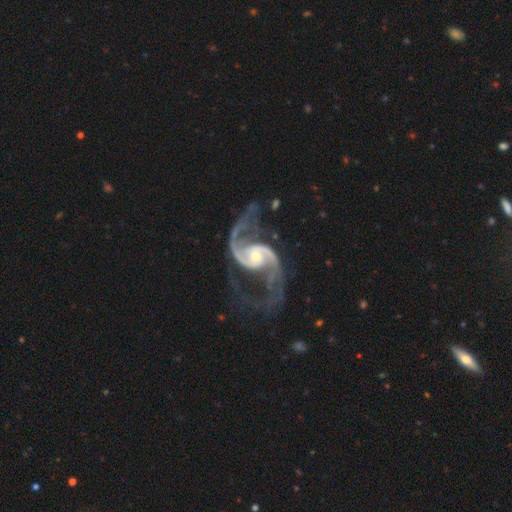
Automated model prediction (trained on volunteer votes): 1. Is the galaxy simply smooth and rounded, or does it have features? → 94% featured or disk, 4% star or artifact, 2% smooth.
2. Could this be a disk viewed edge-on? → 98% no, 2% yes.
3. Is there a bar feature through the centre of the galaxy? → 54% no, 33% weak, 13% strong.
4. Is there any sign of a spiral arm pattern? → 98% yes, 2% no.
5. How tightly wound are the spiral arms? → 47% medium, 44% loose, 9% tight.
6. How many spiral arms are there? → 93% 2, 2% 3, 2% can't tell, 1% 1, 1% 4, 1% more than 4.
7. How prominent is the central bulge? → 54% small, 40% moderate, 3% large, 1% none, 1% dominant.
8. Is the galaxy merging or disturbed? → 59% none, 22% major disturbance, 16% minor disturbance, 3% merger.